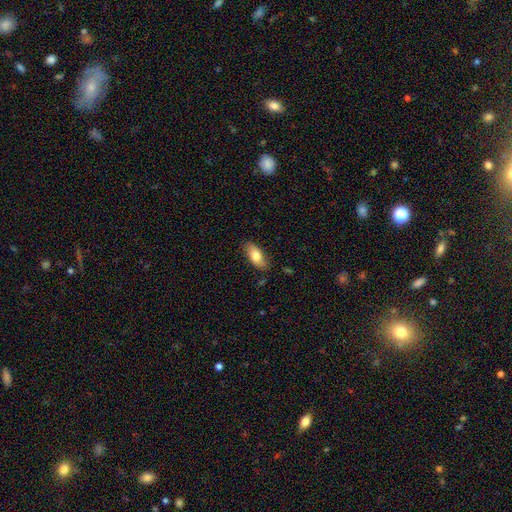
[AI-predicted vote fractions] Smooth or featured?
  - smooth: 77% *
  - featured or disk: 17%
  - star or artifact: 6%
How rounded?
  - in between: 87% *
  - cigar-shaped: 10%
  - round: 3%
Merging?
  - none: 84% *
  - minor disturbance: 13%
  - major disturbance: 2%
  - merger: 1%